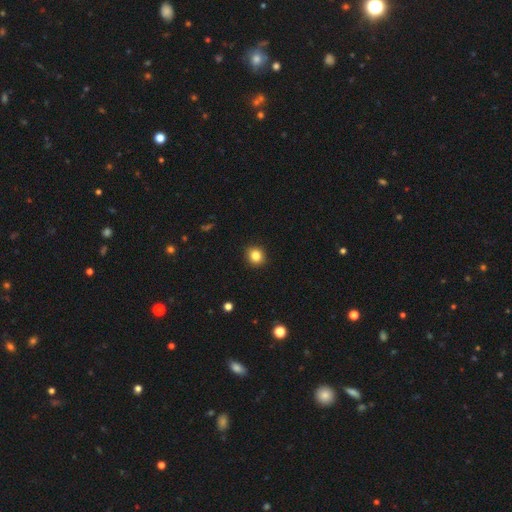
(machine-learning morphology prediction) smooth_or_featured: smooth (p=0.84) [alt: star or artifact p=0.11]
how_rounded: round (p=0.83) [alt: in between p=0.16]
merging: none (p=0.92) [alt: minor disturbance p=0.06]